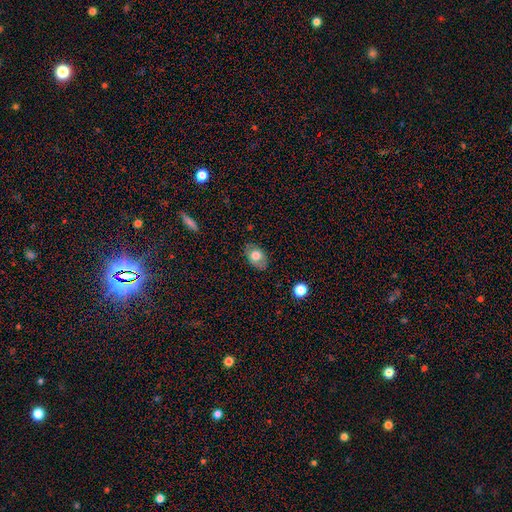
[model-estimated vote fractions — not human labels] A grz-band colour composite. It shows a smooth galaxy with no disk features (73%) that is in between round and cigar-shaped (83%). Merging: none (79%).